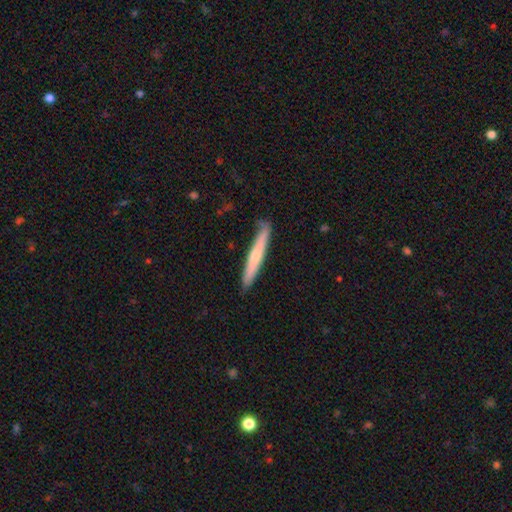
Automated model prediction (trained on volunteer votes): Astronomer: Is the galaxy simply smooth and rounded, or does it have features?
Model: smooth — 53% (runner-up: featured or disk, 41%).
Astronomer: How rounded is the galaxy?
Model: cigar-shaped — 95%.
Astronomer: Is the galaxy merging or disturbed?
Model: none — 85%.